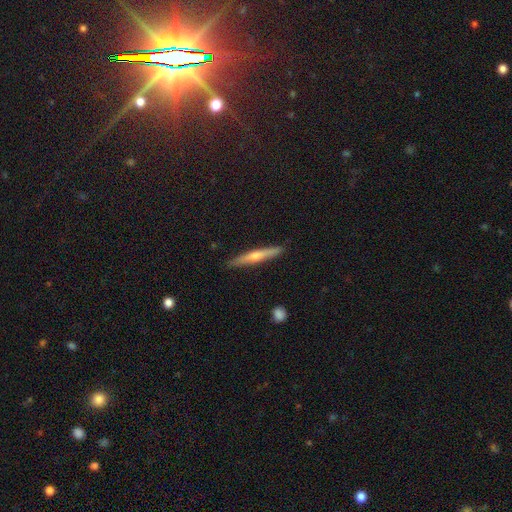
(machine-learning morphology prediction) This is likely a featured or disk galaxy (61%). It is clearly viewed edge-on (96%). Edge-on bulge: clearly rounded (83%). Merging: clearly none (90%).